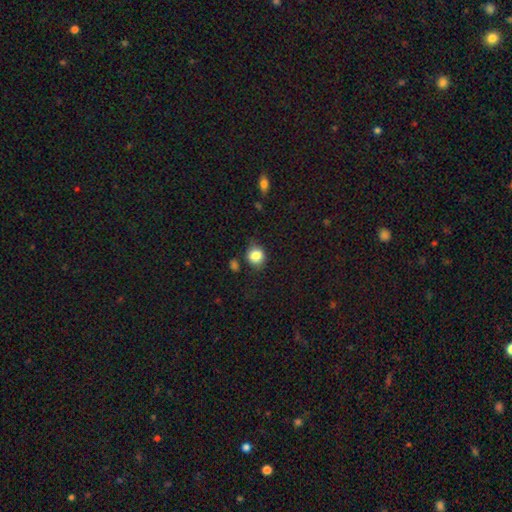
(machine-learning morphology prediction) Smooth or featured? Predicted: smooth (p=0.84). How rounded? Predicted: round (p=0.74). Merging? Predicted: none (p=0.74).